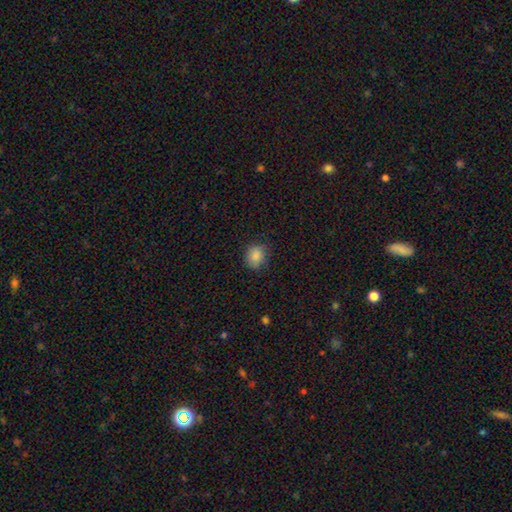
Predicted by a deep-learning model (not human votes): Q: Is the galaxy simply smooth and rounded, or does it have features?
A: smooth — 86%.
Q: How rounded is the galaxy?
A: round — 62%.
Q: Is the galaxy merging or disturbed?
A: none — 79%.